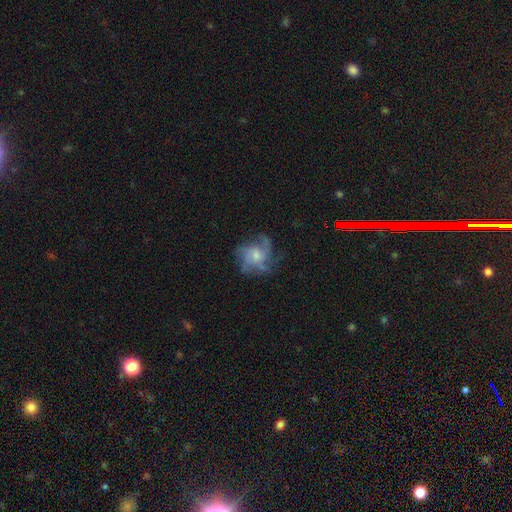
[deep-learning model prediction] Morphology: type=featured or disk (70%); edge-on=no (98%); bar=no (76%); spiral arms=yes (89%); winding=medium (47%); arm count=4 (29%); bulge=moderate (47%); merging=none (60%).